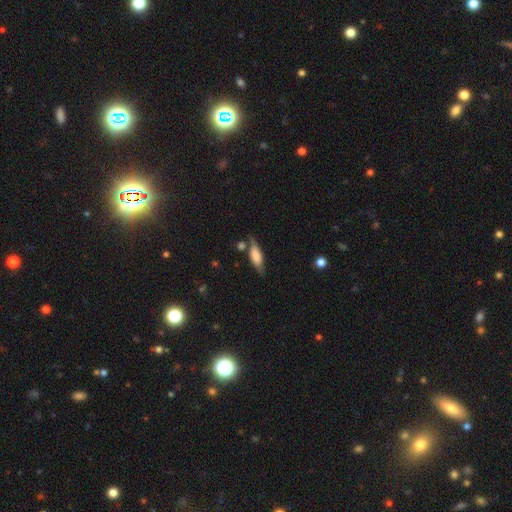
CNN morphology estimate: The model was most divided on "how rounded": in between: 62%, cigar-shaped: 35%, round: 3%. More confident: smooth or featured — smooth (66%); merging — none (58%).